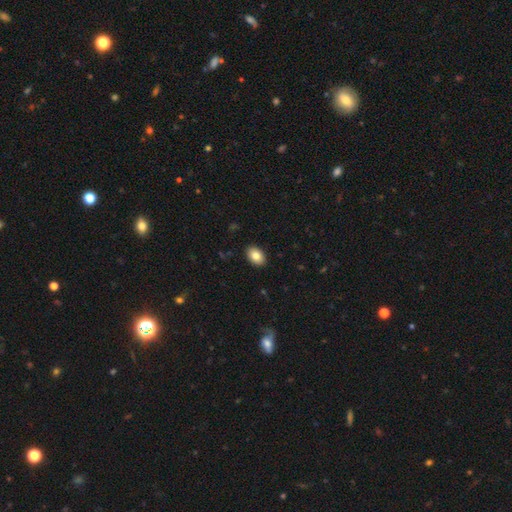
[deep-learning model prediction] Overall: smooth (84%). How rounded: in between (86%). Merging: none (90%).